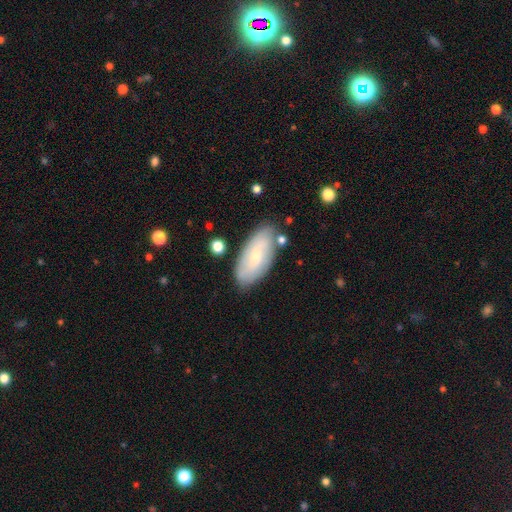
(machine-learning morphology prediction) A smooth galaxy with no disk features (60%) that is in between round and cigar-shaped (89%).

Vote fractions:
- Smooth or featured? smooth: 60% / featured or disk: 33% / star or artifact: 7%
- How rounded? in between: 89% / cigar-shaped: 9% / round: 2%
- Merging? none: 78% / minor disturbance: 15% / merger: 3% / major disturbance: 3%